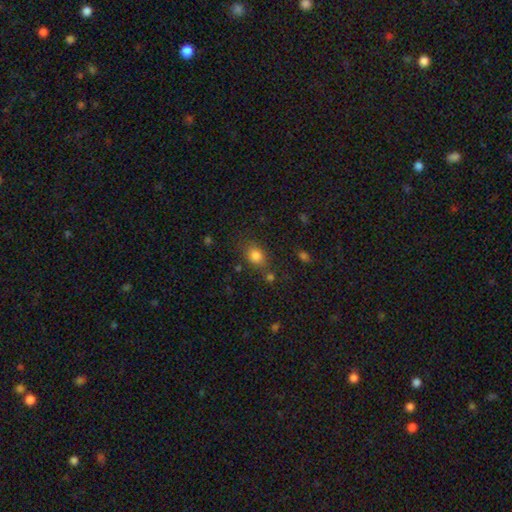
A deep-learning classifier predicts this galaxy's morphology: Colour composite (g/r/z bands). It shows a smooth galaxy with no disk features (82%) that is in between round and cigar-shaped (52%). Merging: none (68%).